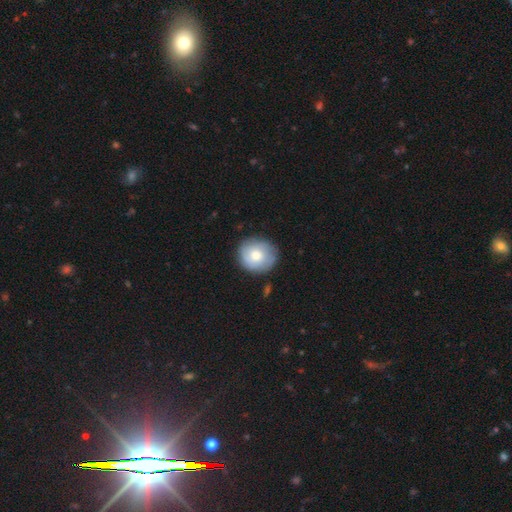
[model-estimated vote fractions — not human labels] This appears to be a smooth galaxy with no disk features (60%) that is round (87%). Merging: none (81%).